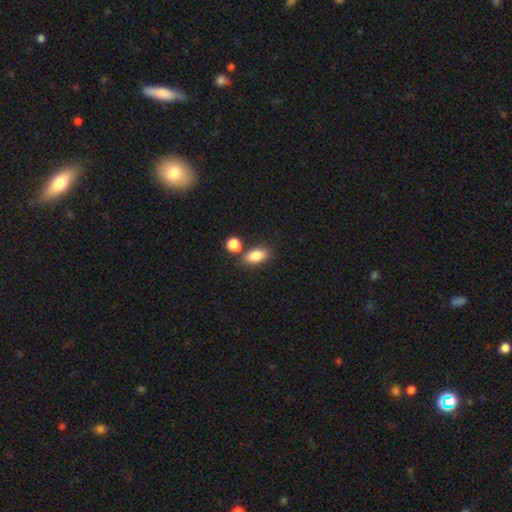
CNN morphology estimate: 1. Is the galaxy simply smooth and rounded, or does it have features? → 85% smooth, 9% star or artifact, 7% featured or disk.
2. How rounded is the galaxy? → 86% in between, 11% round, 4% cigar-shaped.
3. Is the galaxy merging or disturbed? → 67% none, 18% merger, 12% minor disturbance, 4% major disturbance.